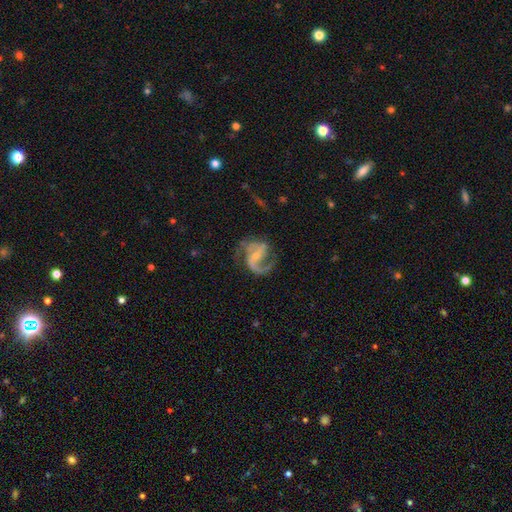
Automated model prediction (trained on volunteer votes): Smooth or featured?
  - featured or disk: 89% *
  - smooth: 6%
  - star or artifact: 5%
Edge-on disk?
  - no: 98% *
  - yes: 2%
Bar?
  - weak: 45% *
  - no: 28%
  - strong: 27%
Spiral arms?
  - yes: 96% *
  - no: 4%
Spiral winding?
  - medium: 52% *
  - loose: 34%
  - tight: 13%
Spiral arm count?
  - 2: 83% *
  - 1: 10%
  - can't tell: 3%
  - 3: 2%
  - 4: 1%
  - more than 4: 1%
Bulge size?
  - small: 59% *
  - moderate: 32%
  - none: 6%
  - large: 2%
  - dominant: 1%
Merging?
  - none: 64% *
  - minor disturbance: 18%
  - major disturbance: 16%
  - merger: 2%